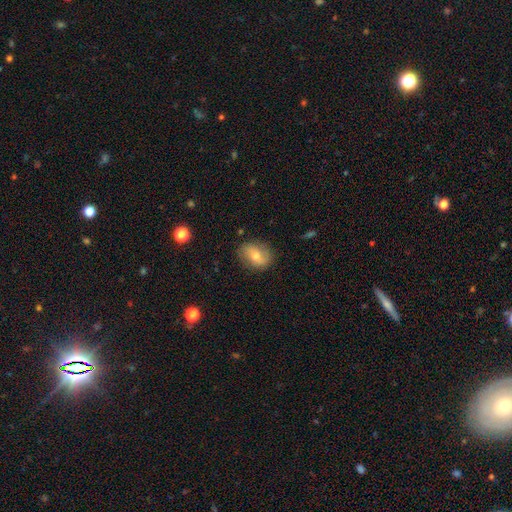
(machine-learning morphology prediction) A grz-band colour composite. It shows a smooth galaxy with no disk features (57%) that is in between round and cigar-shaped (65%). Merging: none (81%).